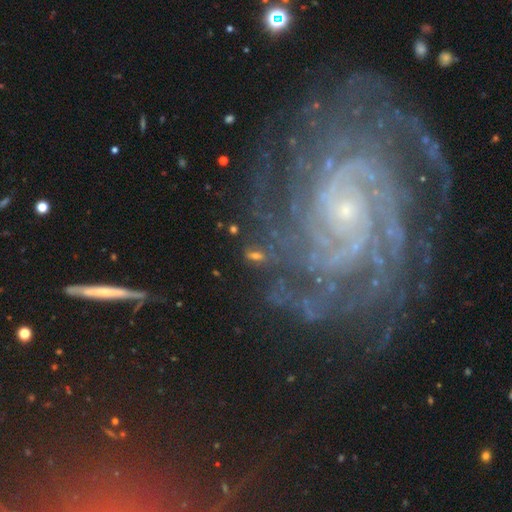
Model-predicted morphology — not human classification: Smooth or featured: featured or disk — 56% (smooth — 24%)
Edge-on disk: no — 89% (yes — 11%)
Merging: none — 65% (minor disturbance — 17%)